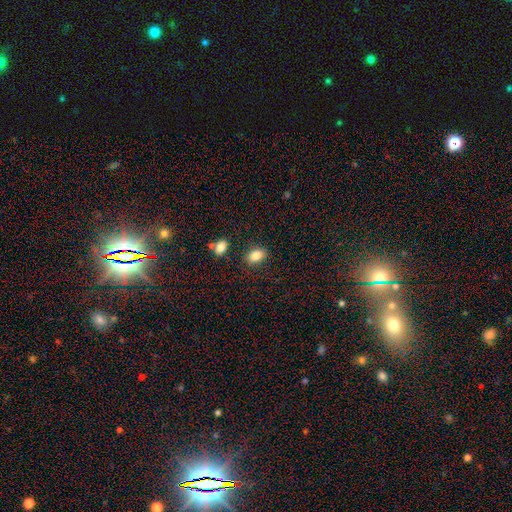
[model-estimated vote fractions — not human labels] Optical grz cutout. It shows a smooth galaxy with no disk features (85%) that is in between round and cigar-shaped (84%). Merging: none (84%).